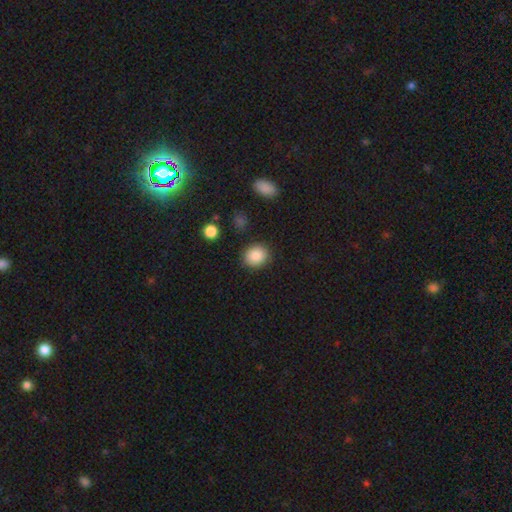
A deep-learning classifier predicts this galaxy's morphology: smooth_or_featured: smooth (p=0.88) [alt: star or artifact p=0.08]
how_rounded: round (p=0.71) [alt: in between p=0.28]
merging: none (p=0.87) [alt: minor disturbance p=0.08]